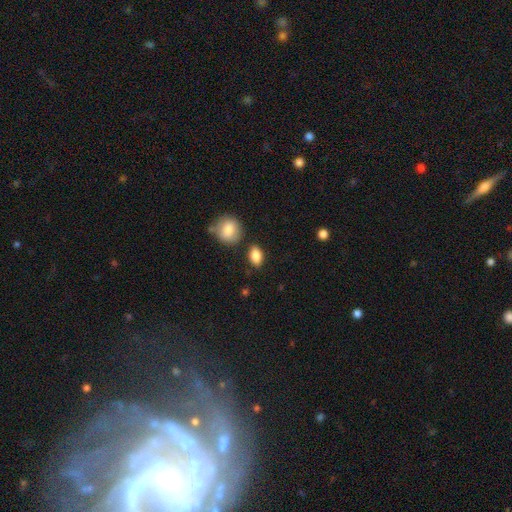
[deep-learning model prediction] Smooth or featured?
  - smooth: 85% *
  - star or artifact: 8%
  - featured or disk: 7%
How rounded?
  - in between: 83% *
  - round: 14%
  - cigar-shaped: 3%
Merging?
  - none: 81% *
  - minor disturbance: 12%
  - merger: 5%
  - major disturbance: 3%